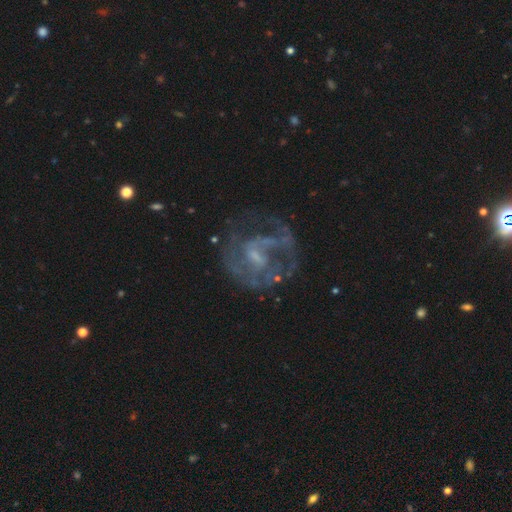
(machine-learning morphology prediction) Smooth or featured?
  - featured or disk: 79% *
  - smooth: 11%
  - star or artifact: 10%
Edge-on disk?
  - no: 98% *
  - yes: 2%
Bar?
  - weak: 50% *
  - no: 35%
  - strong: 15%
Spiral arms?
  - yes: 78% *
  - no: 22%
Spiral winding?
  - medium: 44% *
  - tight: 33%
  - loose: 23%
Spiral arm count?
  - 2: 37% *
  - can't tell: 31%
  - 1: 14%
  - 3: 11%
  - 4: 4%
  - more than 4: 3%
Bulge size?
  - small: 45% *
  - none: 27%
  - moderate: 25%
  - large: 2%
  - dominant: 1%
Merging?
  - none: 54% *
  - major disturbance: 26%
  - minor disturbance: 18%
  - merger: 3%